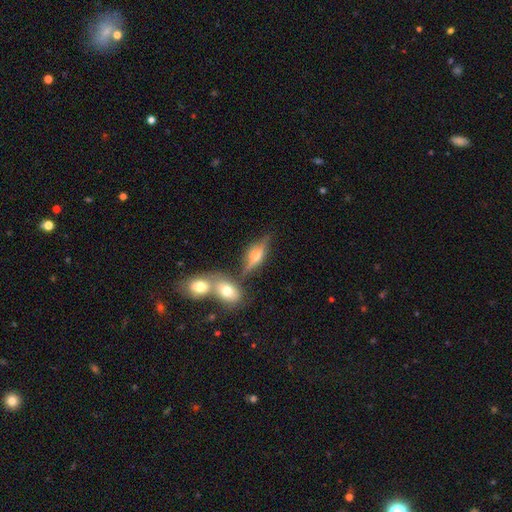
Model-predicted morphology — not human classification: smooth_or_featured: featured or disk (p=0.61) [alt: smooth p=0.28]
disk_edge_on: yes (p=0.88) [alt: no p=0.12]
edge_on_bulge: rounded (p=0.91) [alt: boxy p=0.06]
merging: none (p=0.63) [alt: merger p=0.17]